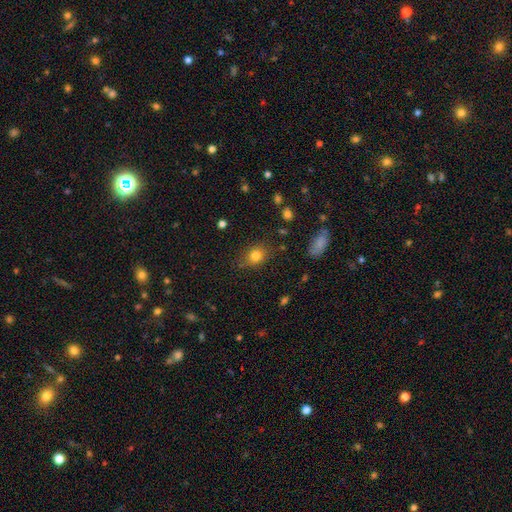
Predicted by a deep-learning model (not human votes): The model was most divided on "how rounded": round: 63%, in between: 36%, cigar-shaped: 1%. More confident: smooth or featured — smooth (81%); merging — none (77%).